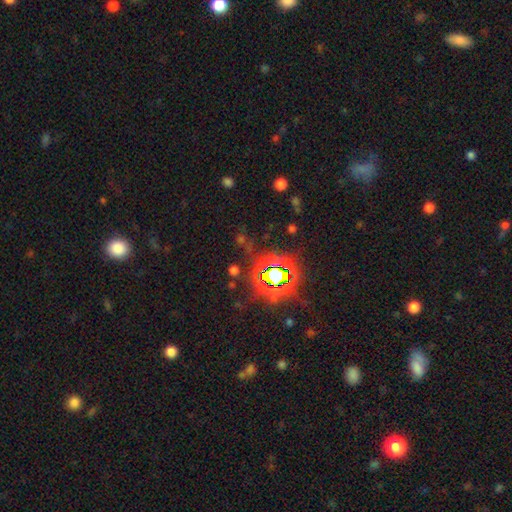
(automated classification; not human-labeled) Smooth or featured? star or artifact (81%)